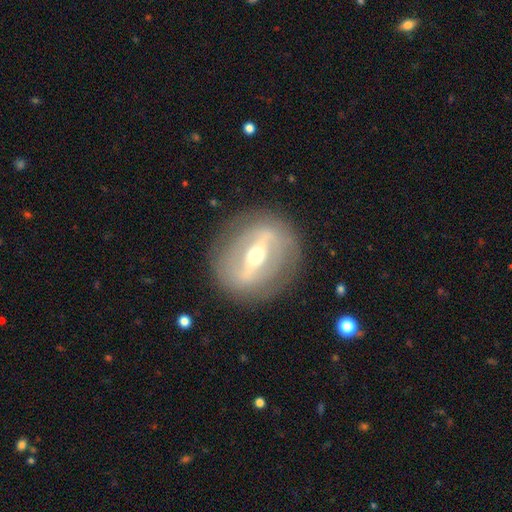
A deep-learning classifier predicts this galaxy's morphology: smooth-or-featured: featured or disk: 79% | smooth: 15% | star or artifact: 6%
  disk-edge-on: no: 77% | yes: 23%
    bar: strong: 79% | weak: 15% | no: 6%
    has-spiral-arms: no: 69% | yes: 31%
    bulge-size: moderate: 62% | small: 31% | large: 4% | dominant: 1% | none: 1%
  merging: none: 84% | minor disturbance: 10% | major disturbance: 5% | merger: 1%